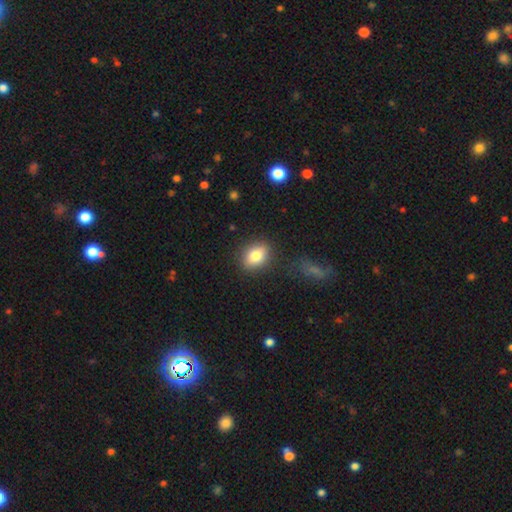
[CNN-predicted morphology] Smooth or featured: smooth — 79% (featured or disk — 12%)
How rounded: in between — 66% (round — 31%)
Merging: none — 85% (minor disturbance — 10%)